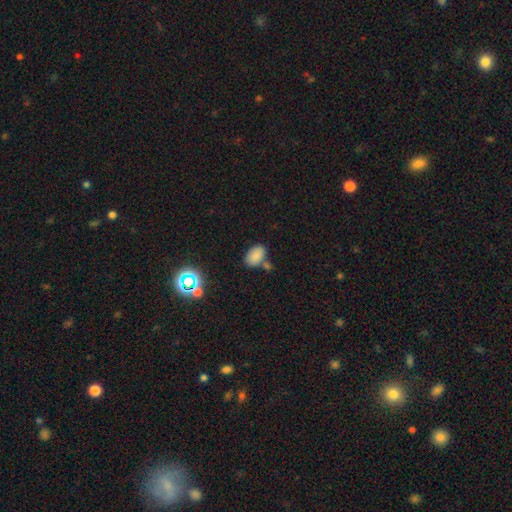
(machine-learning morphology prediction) Smooth or featured? Predicted: smooth (p=0.81). How rounded? Predicted: in between (p=0.90). Merging? Predicted: none (p=0.62).